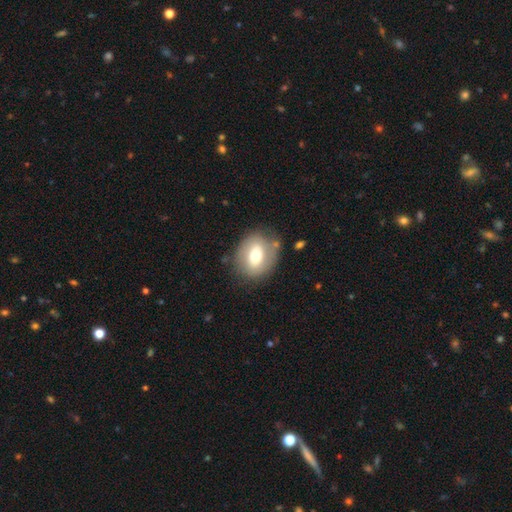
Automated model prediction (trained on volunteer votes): Morphology: type=smooth (61%); roundness=round (50%); merging=none (76%).